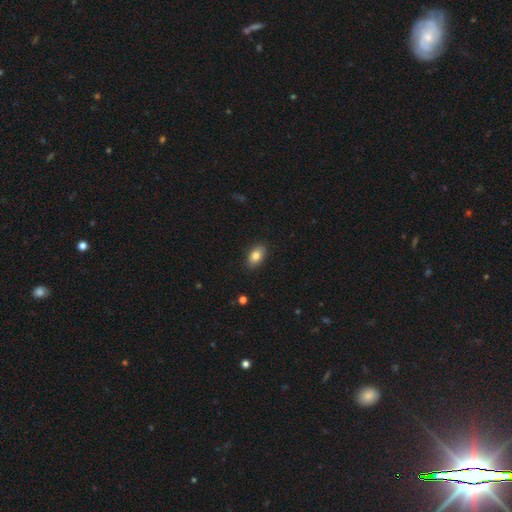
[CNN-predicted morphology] smooth-or-featured: smooth: 81% | featured or disk: 11% | star or artifact: 8%
  how-rounded: in between: 90% | round: 7% | cigar-shaped: 2%
  merging: none: 88% | minor disturbance: 9% | major disturbance: 2% | merger: 1%